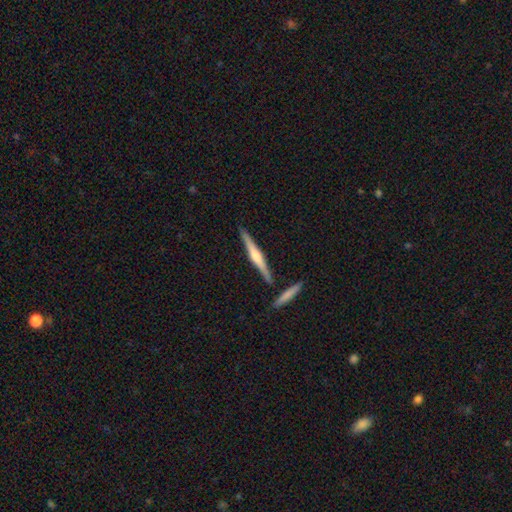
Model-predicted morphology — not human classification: Q: Smooth or featured?
A: featured or disk (71%); runner-up: smooth (24%)
Q: Edge-on disk?
A: yes (98%); runner-up: no (2%)
Q: Edge-on bulge?
A: rounded (80%); runner-up: boxy (11%)
Q: Merging?
A: none (85%); runner-up: minor disturbance (8%)